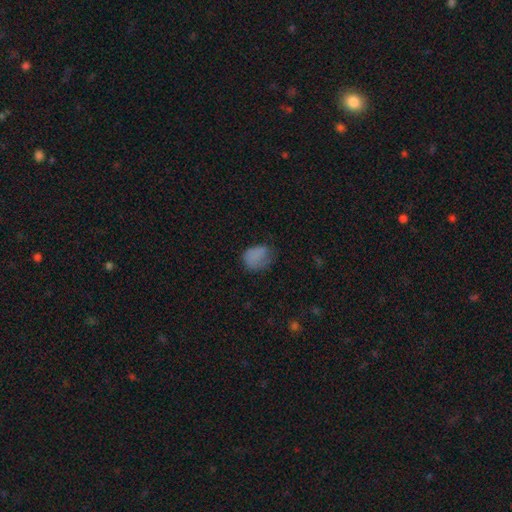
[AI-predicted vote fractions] smooth 79%, star or artifact 12%, featured or disk 10%. Down the decision tree: how rounded — in between (55%); merging — none (44%).